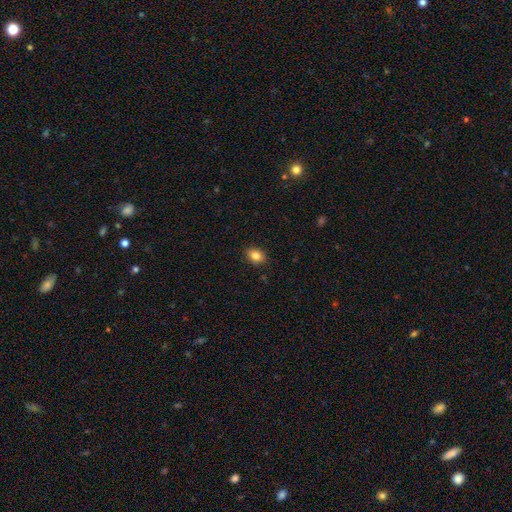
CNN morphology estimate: Overall: smooth (84%). How rounded: in between (66%; round 32%). Merging: none (88%).